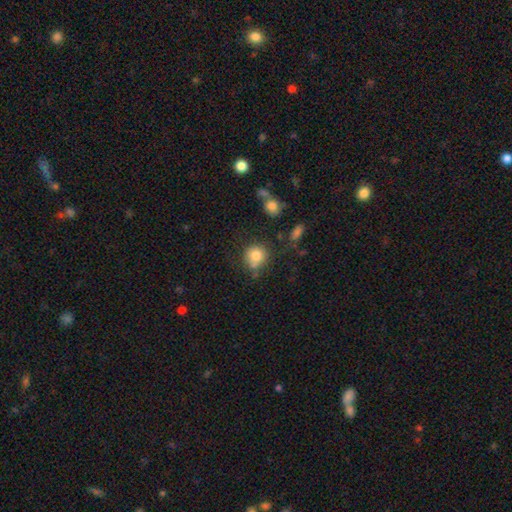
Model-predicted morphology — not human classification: A smooth galaxy with no disk features (81%) that is round (85%).

Vote fractions:
- Smooth or featured? smooth: 81% / star or artifact: 10% / featured or disk: 9%
- How rounded? round: 85% / in between: 14% / cigar-shaped: 1%
- Merging? none: 57% / minor disturbance: 19% / merger: 17% / major disturbance: 7%